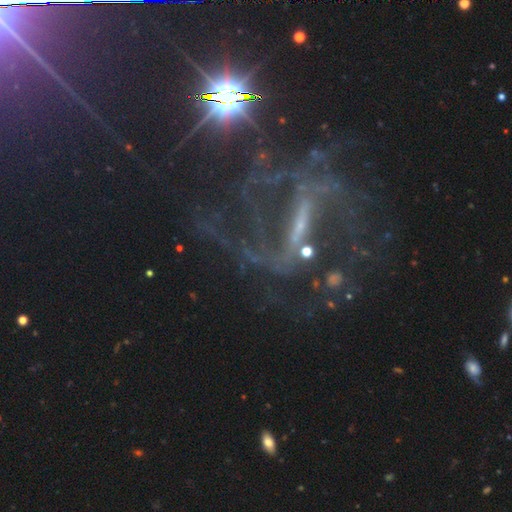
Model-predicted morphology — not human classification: Smooth or featured?
  - featured or disk: 72% *
  - star or artifact: 22%
  - smooth: 6%
Edge-on disk?
  - no: 90% *
  - yes: 10%
Bar?
  - strong: 63% *
  - weak: 25%
  - no: 12%
Spiral arms?
  - yes: 85% *
  - no: 15%
Spiral winding?
  - loose: 45% *
  - medium: 38%
  - tight: 17%
Spiral arm count?
  - 2: 54% *
  - can't tell: 21%
  - 3: 7%
  - 1: 7%
  - 4: 5%
  - more than 4: 5%
Bulge size?
  - small: 45% *
  - none: 33%
  - moderate: 18%
  - large: 3%
  - dominant: 2%
Merging?
  - none: 47% *
  - major disturbance: 33%
  - minor disturbance: 15%
  - merger: 5%